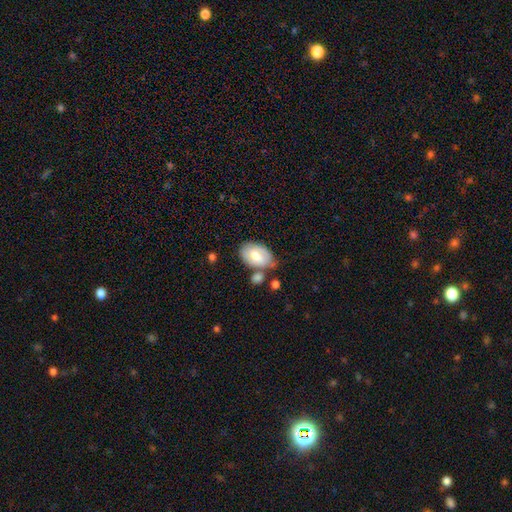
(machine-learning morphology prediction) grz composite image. It shows a smooth galaxy with no disk features (62%) that is in between round and cigar-shaped (89%). Merging: none (52%).